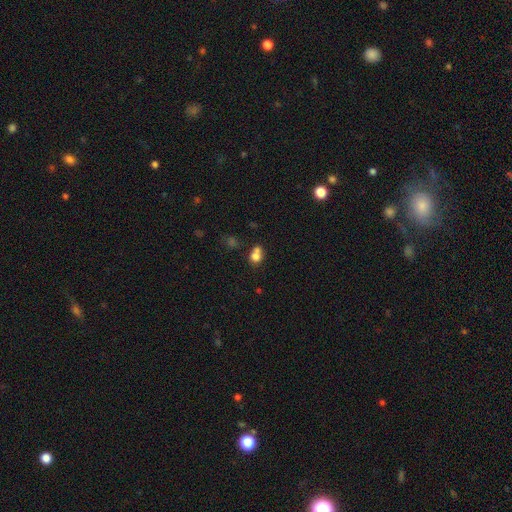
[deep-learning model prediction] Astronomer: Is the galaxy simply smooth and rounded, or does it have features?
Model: smooth — 75%.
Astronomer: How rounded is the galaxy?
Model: round — 72%.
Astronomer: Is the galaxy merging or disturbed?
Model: merger — 46% (runner-up: none, 39%).